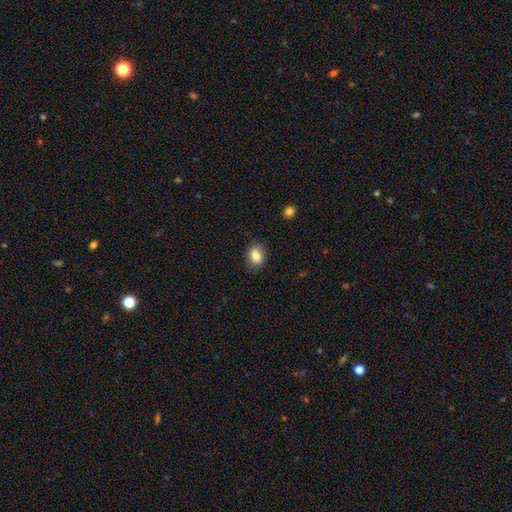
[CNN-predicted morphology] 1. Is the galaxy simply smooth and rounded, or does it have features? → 84% smooth, 9% star or artifact, 7% featured or disk.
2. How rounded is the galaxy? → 61% in between, 38% round, 1% cigar-shaped.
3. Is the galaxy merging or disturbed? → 85% none, 11% minor disturbance, 3% major disturbance, 1% merger.